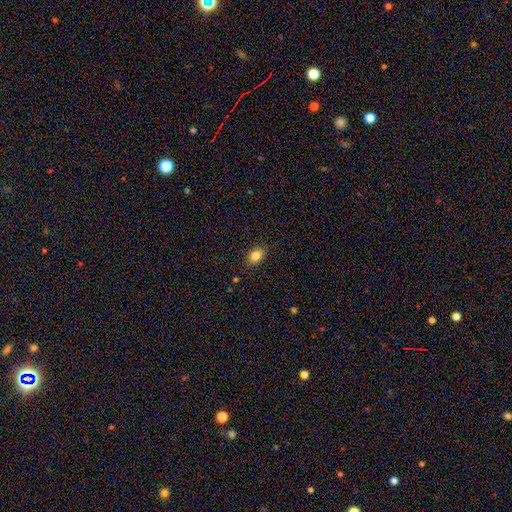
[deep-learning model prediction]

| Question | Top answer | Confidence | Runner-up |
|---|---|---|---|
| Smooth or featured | smooth | 84% | star or artifact (9%) |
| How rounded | in between | 80% | round (18%) |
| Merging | none | 87% | minor disturbance (10%) |